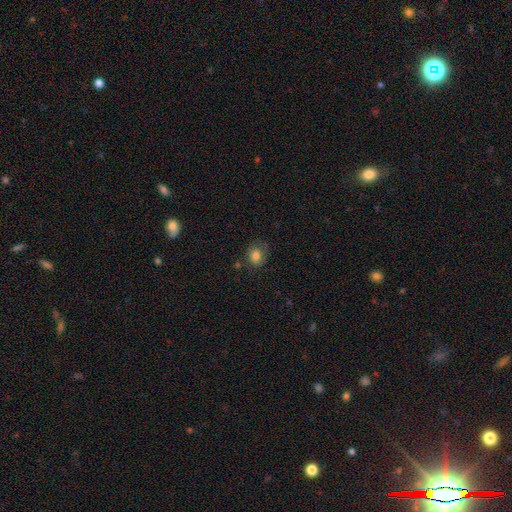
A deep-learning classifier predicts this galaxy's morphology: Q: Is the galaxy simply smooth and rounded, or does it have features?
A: smooth — 77%.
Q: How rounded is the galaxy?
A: round — 56%.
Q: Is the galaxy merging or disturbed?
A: none — 65%.